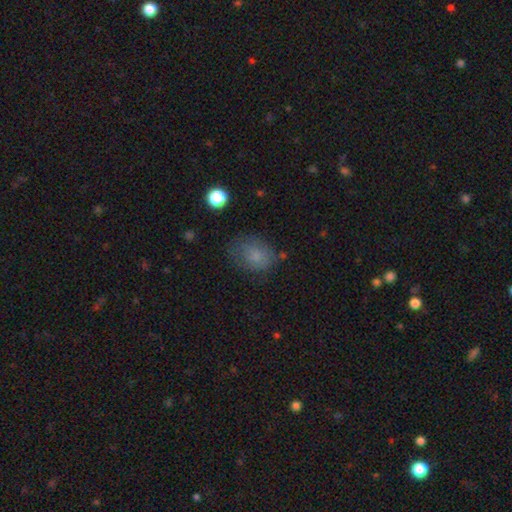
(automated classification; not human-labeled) The model was most divided on "how rounded": in between: 60%, round: 39%, cigar-shaped: 1%. More confident: smooth or featured — smooth (76%); merging — none (61%).